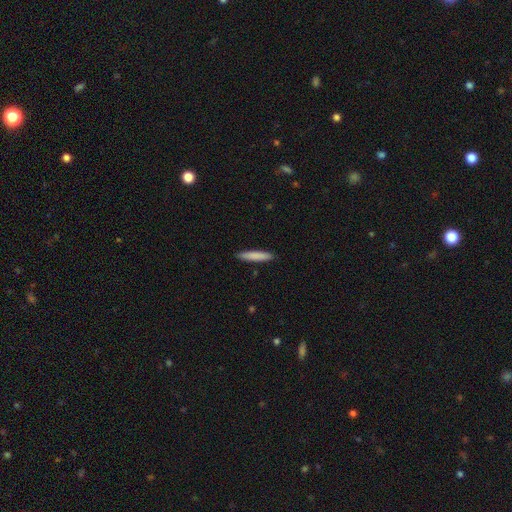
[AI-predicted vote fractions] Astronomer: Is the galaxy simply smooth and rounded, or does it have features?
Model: smooth — 83%.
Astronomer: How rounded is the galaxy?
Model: cigar-shaped — 93%.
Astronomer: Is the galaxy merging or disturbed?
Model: none — 91%.